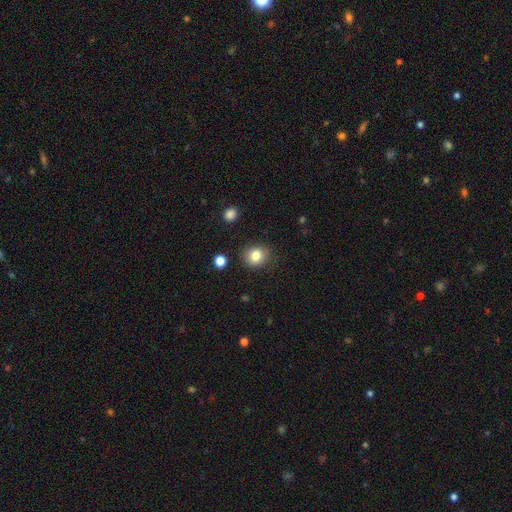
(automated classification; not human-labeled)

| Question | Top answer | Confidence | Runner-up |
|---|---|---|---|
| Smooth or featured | smooth | 81% | star or artifact (11%) |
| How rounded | round | 71% | in between (28%) |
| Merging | none | 85% | minor disturbance (11%) |